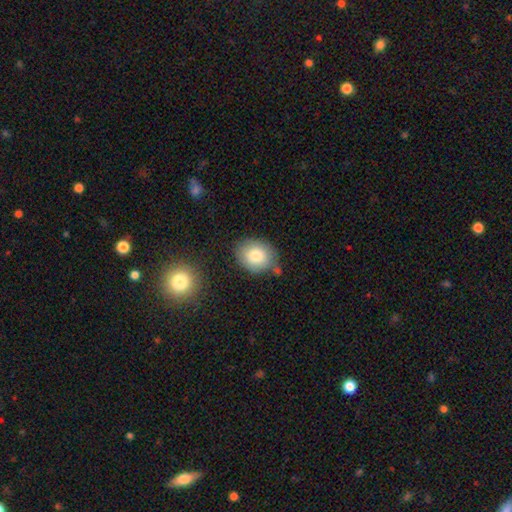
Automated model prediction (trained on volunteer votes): smooth 80%, featured or disk 11%, star or artifact 8%. Down the decision tree: how rounded — round (52%); merging — none (69%).